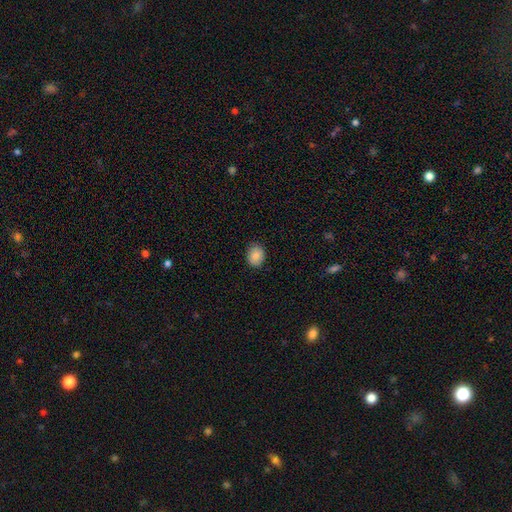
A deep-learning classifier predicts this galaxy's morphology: smooth_or_featured: smooth (p=0.86) [alt: star or artifact p=0.08]
how_rounded: round (p=0.54) [alt: in between p=0.45]
merging: none (p=0.86) [alt: minor disturbance p=0.11]